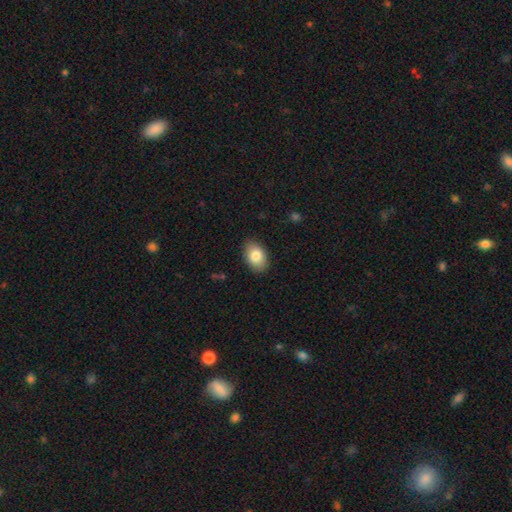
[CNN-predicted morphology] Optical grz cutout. It shows a smooth galaxy with no disk features (83%) that is in between round and cigar-shaped (88%). Merging: none (87%).